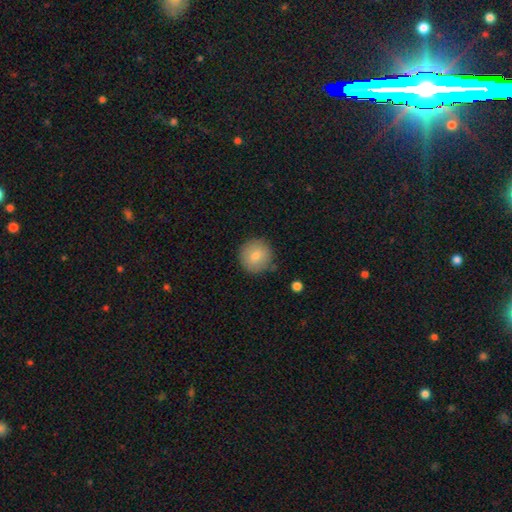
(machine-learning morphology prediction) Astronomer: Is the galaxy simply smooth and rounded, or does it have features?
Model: smooth — 80%.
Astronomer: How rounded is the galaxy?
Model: round — 94%.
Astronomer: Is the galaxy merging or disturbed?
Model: none — 82%.